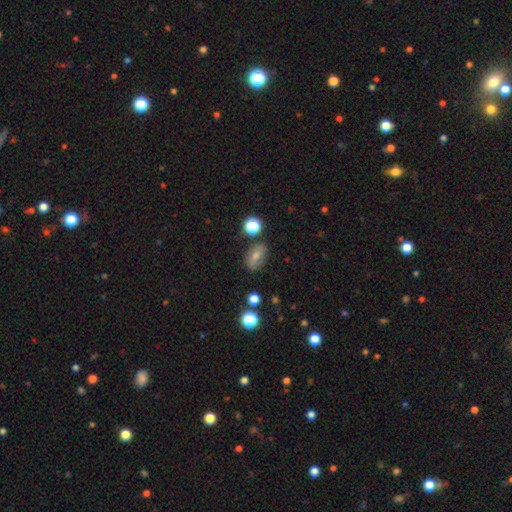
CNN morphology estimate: smooth 65%, featured or disk 23%, star or artifact 12%. Down the decision tree: how rounded — in between (80%); merging — none (76%).